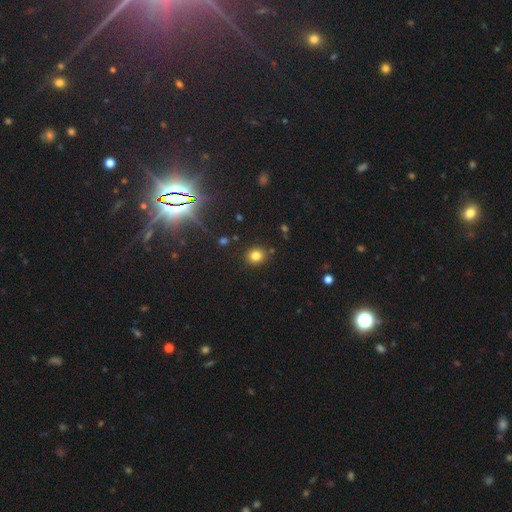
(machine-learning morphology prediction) Smooth or featured? Predicted: smooth (p=0.79). How rounded? Predicted: round (p=0.81). Merging? Predicted: none (p=0.88).